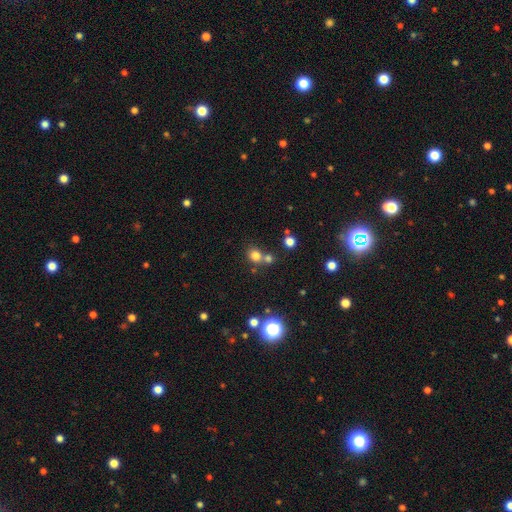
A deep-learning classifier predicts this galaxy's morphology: This is likely a smooth galaxy (75%). How rounded: clearly round (81%). Merging: possibly none (58%).